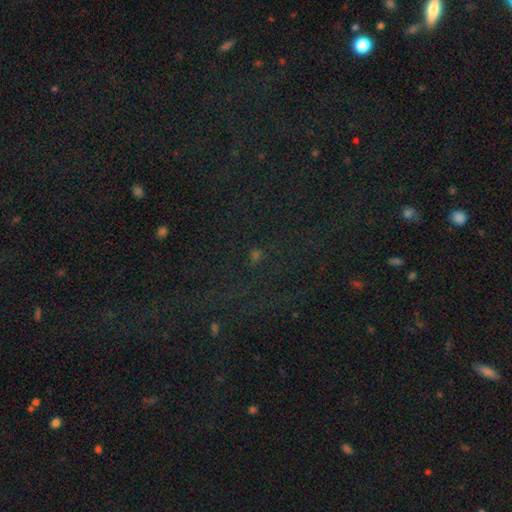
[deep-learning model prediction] Overall: star or artifact (64%; smooth 28%).